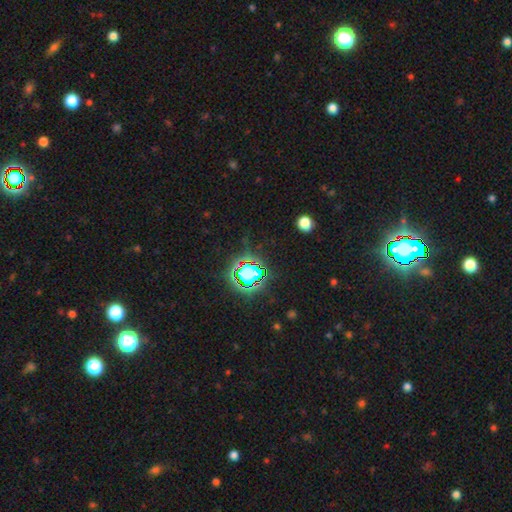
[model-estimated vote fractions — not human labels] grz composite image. It shows a star or artifact, not a galaxy (81%).